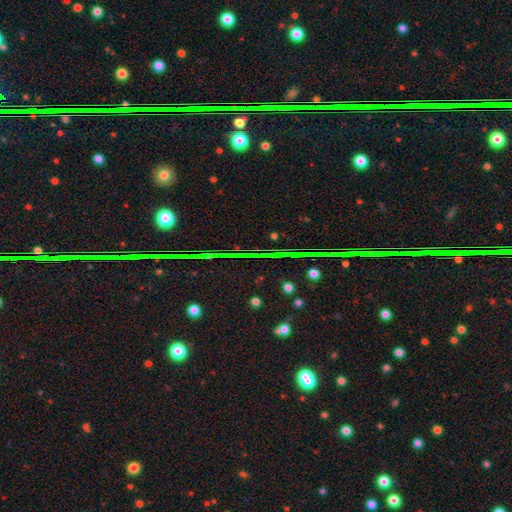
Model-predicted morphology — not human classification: Smooth or featured?
  - star or artifact: 82% *
  - smooth: 9%
  - featured or disk: 9%